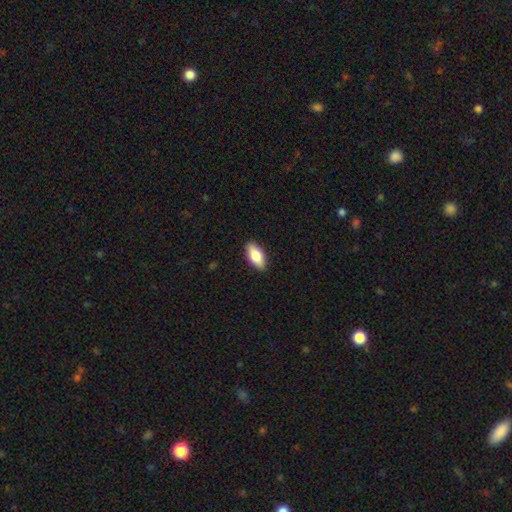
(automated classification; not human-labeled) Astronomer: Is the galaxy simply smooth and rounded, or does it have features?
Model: smooth — 78%.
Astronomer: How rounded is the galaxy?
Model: in between — 86%.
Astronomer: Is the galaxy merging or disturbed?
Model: none — 89%.